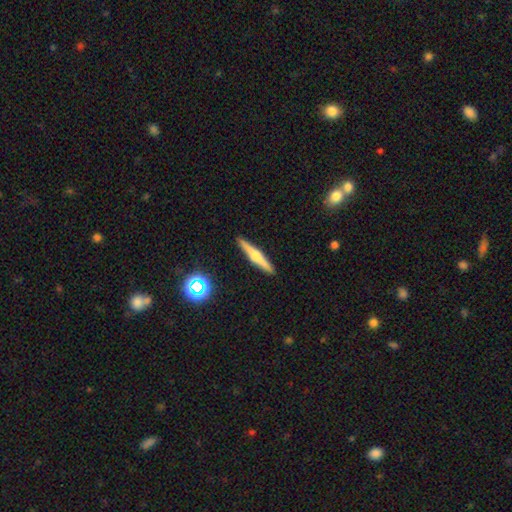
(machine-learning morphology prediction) Smooth or featured: featured or disk — 63% (smooth — 29%)
Edge-on disk: yes — 97% (no — 3%)
Edge-on bulge: rounded — 89% (boxy — 6%)
Merging: none — 91% (minor disturbance — 6%)